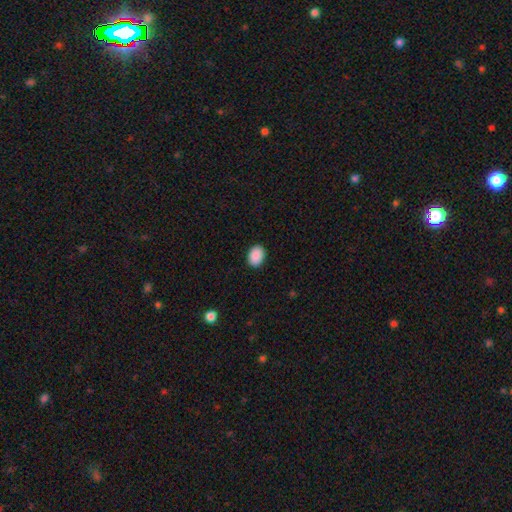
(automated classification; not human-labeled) Q: Smooth or featured?
A: smooth (90%); runner-up: star or artifact (7%)
Q: How rounded?
A: in between (77%); runner-up: round (22%)
Q: Merging?
A: none (90%); runner-up: minor disturbance (7%)